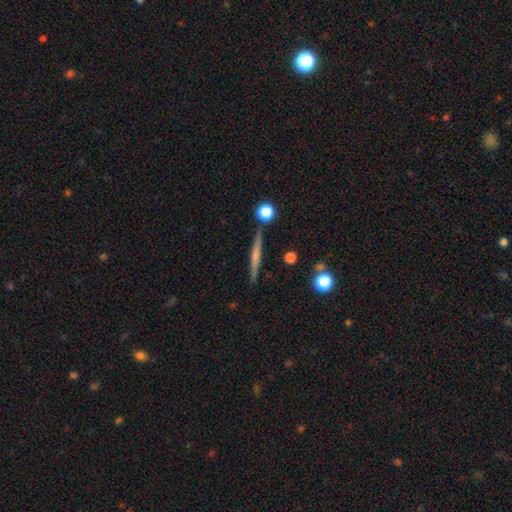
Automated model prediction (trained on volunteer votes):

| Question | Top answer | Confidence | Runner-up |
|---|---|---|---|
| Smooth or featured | featured or disk | 53% | smooth (39%) |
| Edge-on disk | yes | 97% | no (3%) |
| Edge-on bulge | none | 57% | rounded (31%) |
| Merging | none | 87% | minor disturbance (8%) |